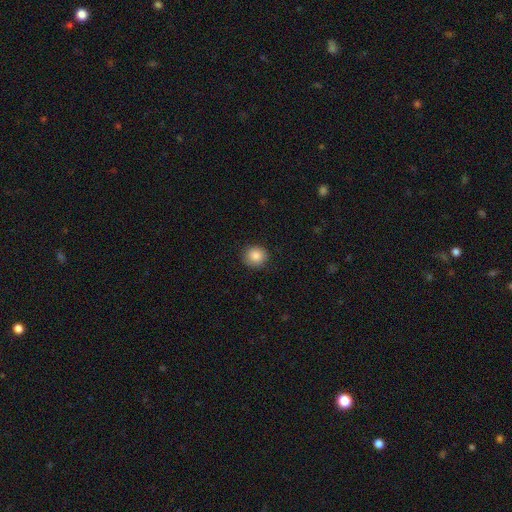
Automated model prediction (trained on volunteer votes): Smooth or featured: smooth — 86% (star or artifact — 9%)
How rounded: round — 86% (in between — 13%)
Merging: none — 89% (minor disturbance — 8%)